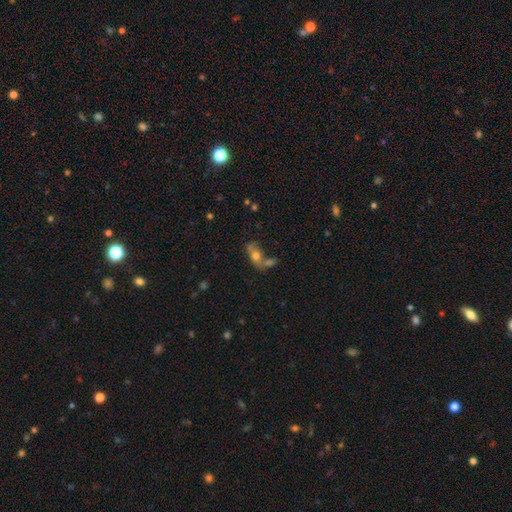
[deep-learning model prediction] Smooth or featured: smooth — 59% (featured or disk — 29%)
How rounded: in between — 75% (round — 15%)
Merging: merger — 45% (none — 32%)